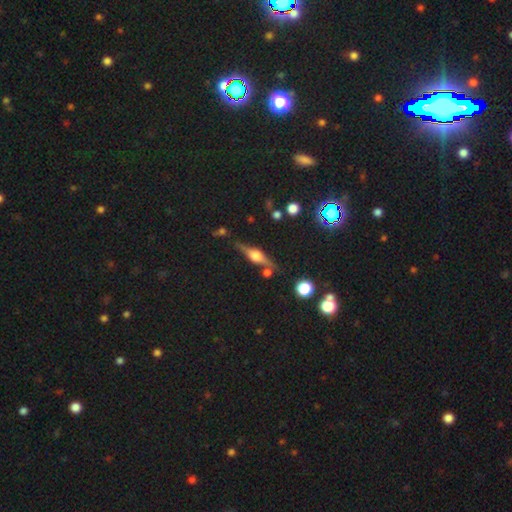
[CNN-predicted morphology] This appears to be a featured or disk galaxy (71%) viewed edge-on (95%) with a rounded central bulge (89%). Merging: none (78%).